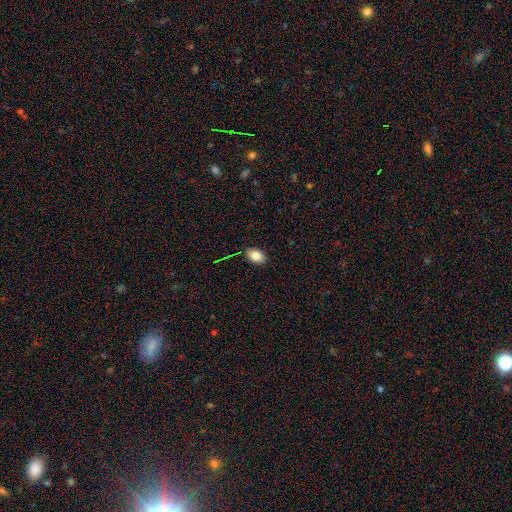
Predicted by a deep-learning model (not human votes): smooth_or_featured: smooth (p=0.84) [alt: star or artifact p=0.08]
how_rounded: in between (p=0.88) [alt: round p=0.11]
merging: none (p=0.87) [alt: minor disturbance p=0.09]